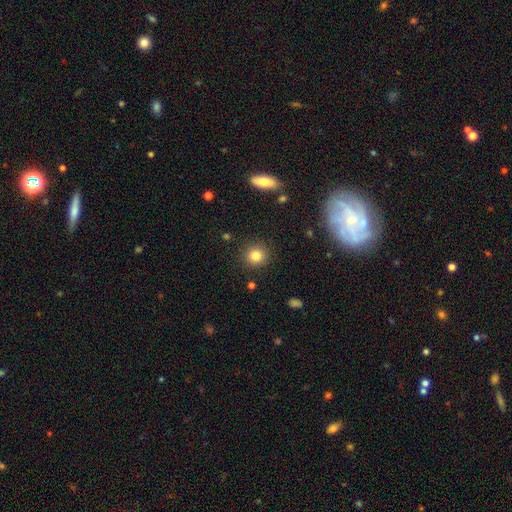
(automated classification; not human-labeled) smooth_or_featured: smooth (p=0.83) [alt: star or artifact p=0.11]
how_rounded: round (p=0.91) [alt: in between p=0.08]
merging: none (p=0.90) [alt: minor disturbance p=0.06]